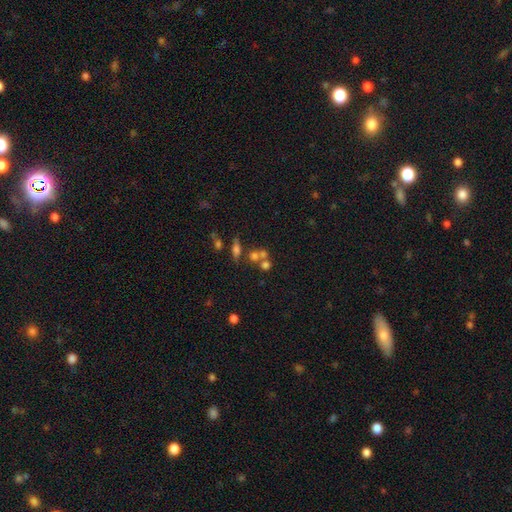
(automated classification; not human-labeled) This is possibly a smooth galaxy (49%). Merging: marginally none (43%).